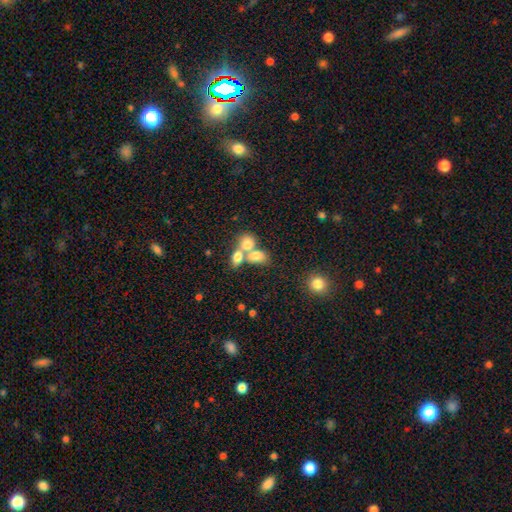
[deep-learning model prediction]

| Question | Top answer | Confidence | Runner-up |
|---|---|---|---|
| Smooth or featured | smooth | 73% | featured or disk (16%) |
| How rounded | in between | 70% | round (28%) |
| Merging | merger | 61% | none (27%) |